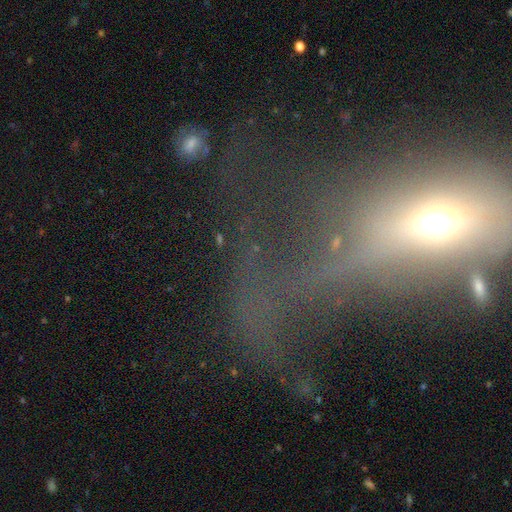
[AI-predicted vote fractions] A featured or disk galaxy (43%). Merging: major disturbance (58%).